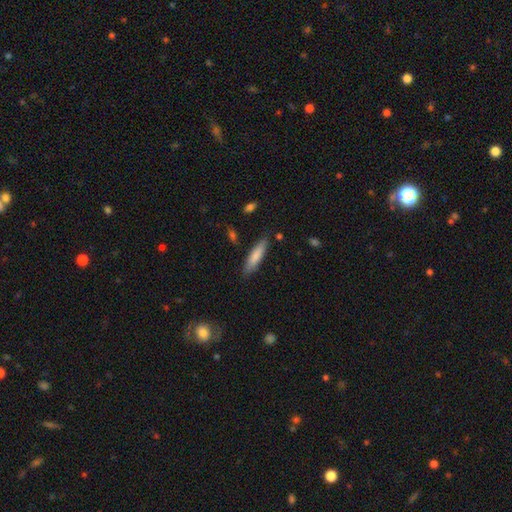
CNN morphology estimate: The model was most divided on "how rounded": cigar-shaped: 74%, in between: 25%, round: 1%. More confident: merging — none (83%); smooth or featured — smooth (80%).